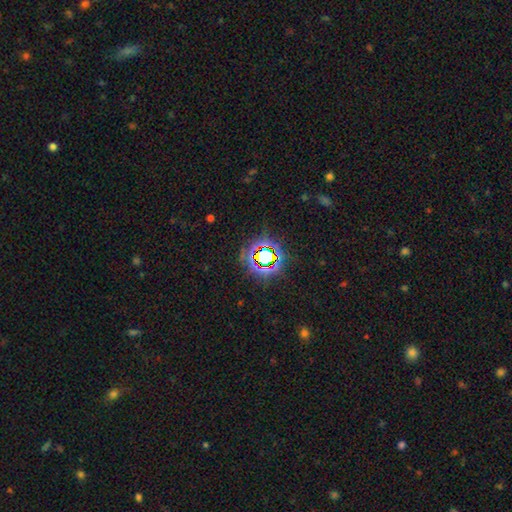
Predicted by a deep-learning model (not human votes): Smooth or featured: star or artifact — 77% (smooth — 13%)